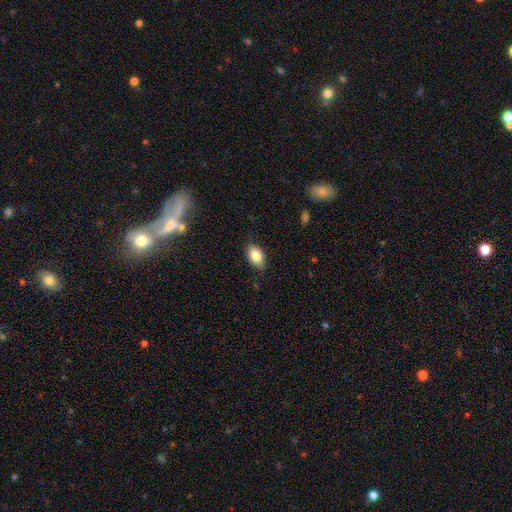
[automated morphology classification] Smooth or featured? smooth (83%)
How rounded? in between (90%)
Merging? none (85%)